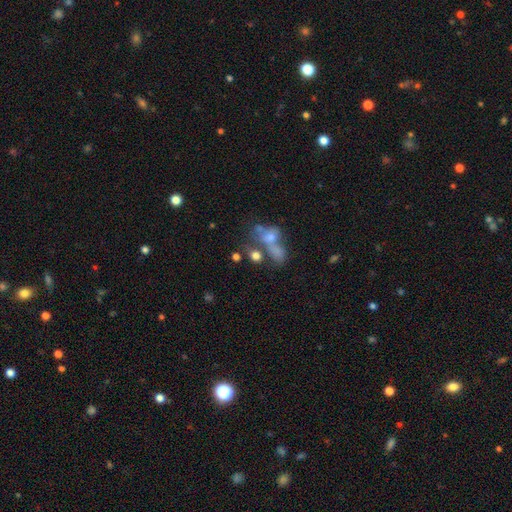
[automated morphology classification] A smooth galaxy with no disk features (67%) that is in between round and cigar-shaped (59%).

Vote fractions:
- Smooth or featured? smooth: 67% / featured or disk: 18% / star or artifact: 15%
- How rounded? in between: 59% / round: 37% / cigar-shaped: 4%
- Merging? merger: 45% / none: 32% / major disturbance: 12% / minor disturbance: 11%